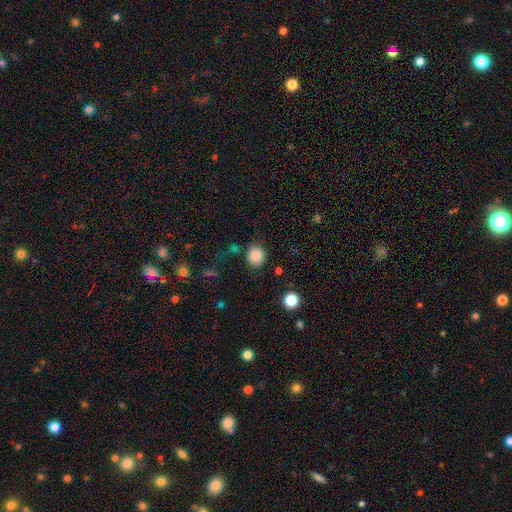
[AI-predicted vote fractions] This is clearly a smooth galaxy (85%). How rounded: likely round (76%). Merging: clearly none (81%).